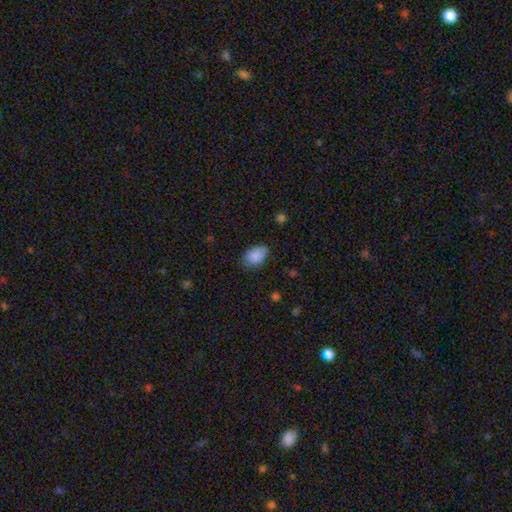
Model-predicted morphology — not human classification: smooth_or_featured: smooth (p=0.89) [alt: star or artifact p=0.07]
how_rounded: in between (p=0.91) [alt: round p=0.08]
merging: none (p=0.76) [alt: minor disturbance p=0.19]